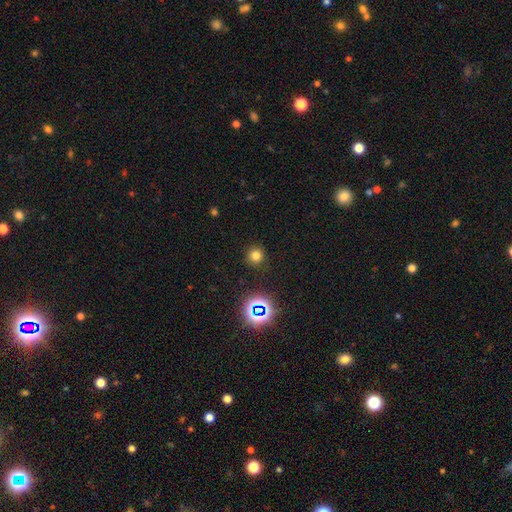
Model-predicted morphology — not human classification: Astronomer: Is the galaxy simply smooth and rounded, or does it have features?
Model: smooth — 72%.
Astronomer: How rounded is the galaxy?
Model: round — 94%.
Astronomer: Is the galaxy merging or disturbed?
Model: none — 89%.